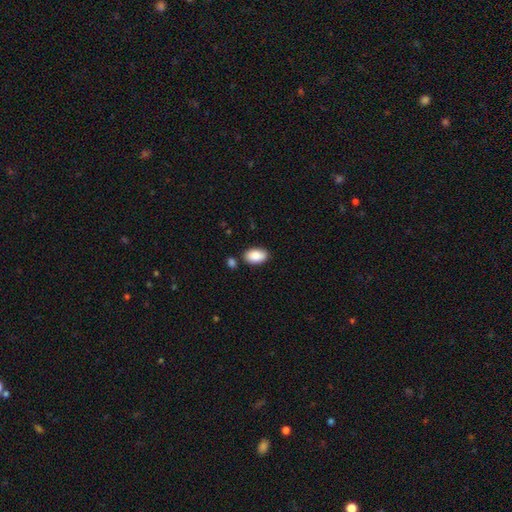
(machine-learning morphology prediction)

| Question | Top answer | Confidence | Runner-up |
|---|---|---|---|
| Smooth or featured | smooth | 87% | star or artifact (7%) |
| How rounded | in between | 93% | round (6%) |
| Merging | none | 78% | minor disturbance (13%) |